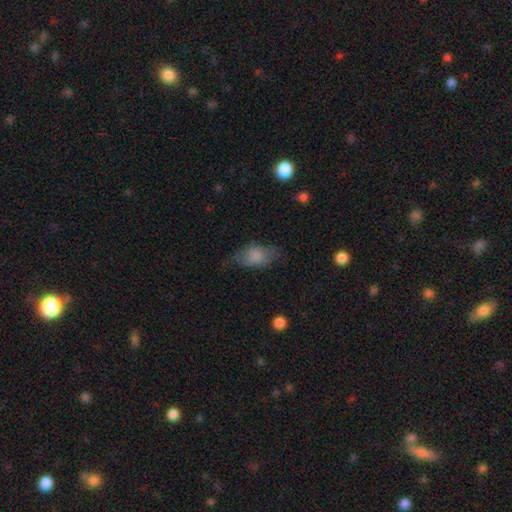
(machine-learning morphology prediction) A smooth galaxy with no disk features (76%) that is in between round and cigar-shaped (87%).

Vote fractions:
- Smooth or featured? smooth: 76% / featured or disk: 16% / star or artifact: 8%
- How rounded? in between: 87% / round: 8% / cigar-shaped: 5%
- Merging? none: 56% / minor disturbance: 28% / major disturbance: 15% / merger: 2%